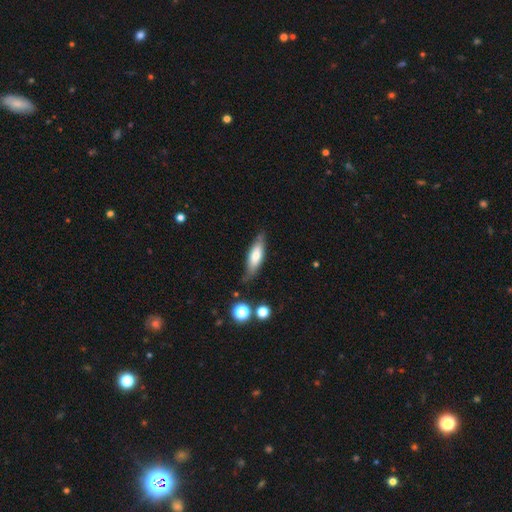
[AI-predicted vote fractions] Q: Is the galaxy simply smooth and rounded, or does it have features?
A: smooth — 65%.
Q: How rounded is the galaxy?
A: in between — 52%.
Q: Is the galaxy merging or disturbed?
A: none — 71%.